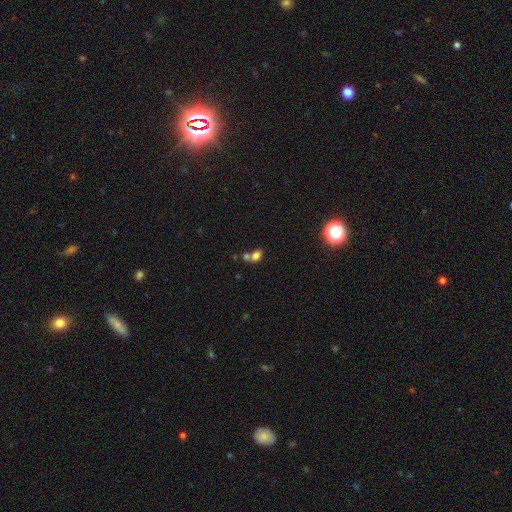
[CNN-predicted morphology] Overall: smooth (76%). How rounded: in between (71%). Merging: merger (47%; none 38%).